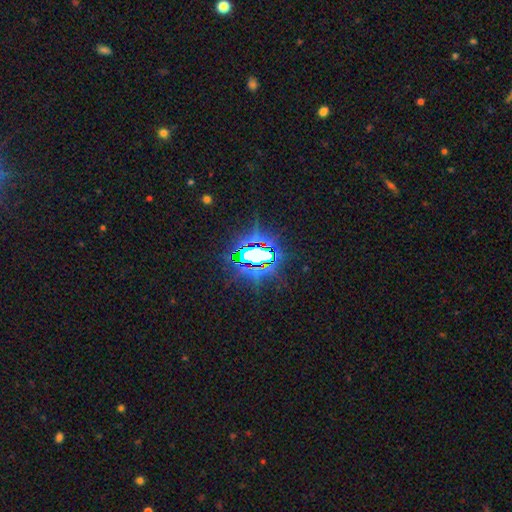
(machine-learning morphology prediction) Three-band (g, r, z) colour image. It shows a star or artifact, not a galaxy (82%).